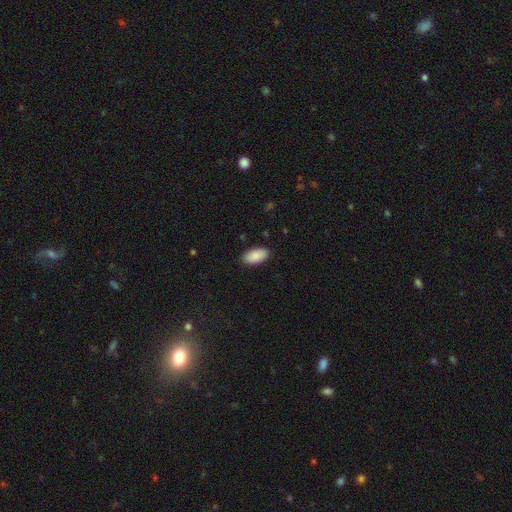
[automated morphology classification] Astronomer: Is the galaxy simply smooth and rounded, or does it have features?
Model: smooth — 90%.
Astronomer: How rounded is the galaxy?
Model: in between — 94%.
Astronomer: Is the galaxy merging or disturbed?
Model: none — 89%.